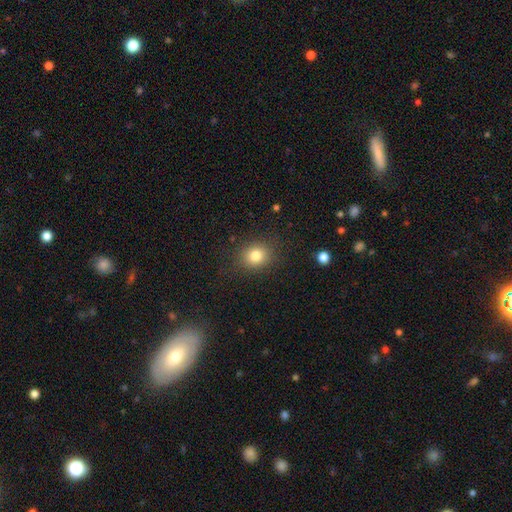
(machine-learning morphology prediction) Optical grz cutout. It shows a smooth galaxy with no disk features (81%) that is round (65%). Merging: none (86%).